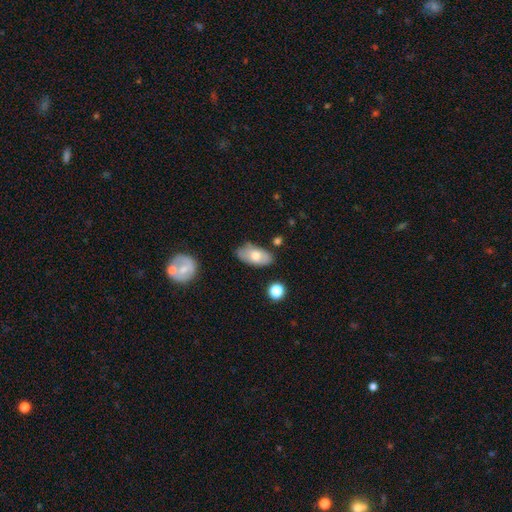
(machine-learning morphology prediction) This appears to be a smooth galaxy with no disk features (67%) that is in between round and cigar-shaped (92%). Merging: none (74%).